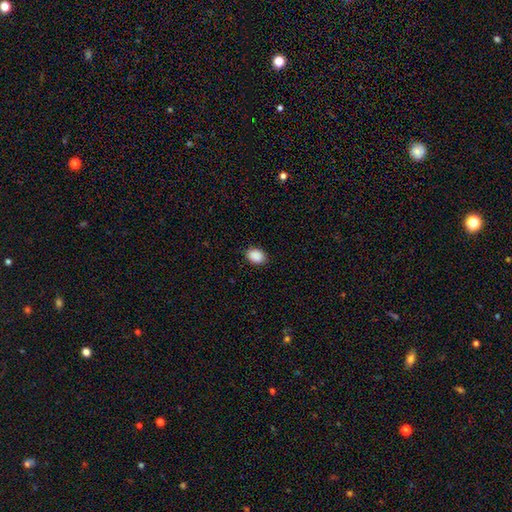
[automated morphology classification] Smooth or featured?
  - smooth: 90% *
  - star or artifact: 8%
  - featured or disk: 2%
How rounded?
  - in between: 69% *
  - round: 30%
  - cigar-shaped: 1%
Merging?
  - none: 88% *
  - minor disturbance: 9%
  - major disturbance: 2%
  - merger: 1%